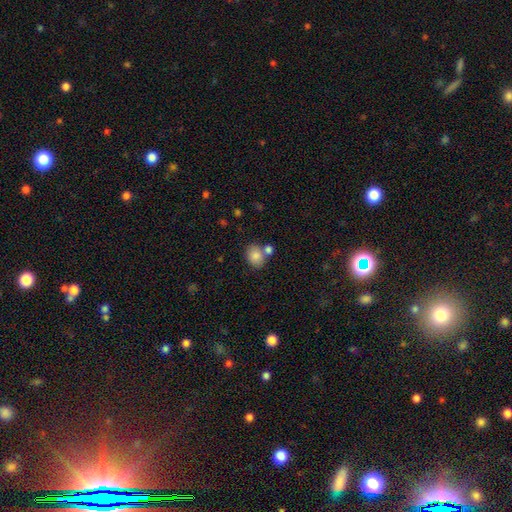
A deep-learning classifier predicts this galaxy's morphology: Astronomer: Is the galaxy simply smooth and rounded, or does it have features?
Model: smooth — 83%.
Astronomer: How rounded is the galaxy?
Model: round — 53% (runner-up: in between, 46%).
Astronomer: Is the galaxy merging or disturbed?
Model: none — 60%.